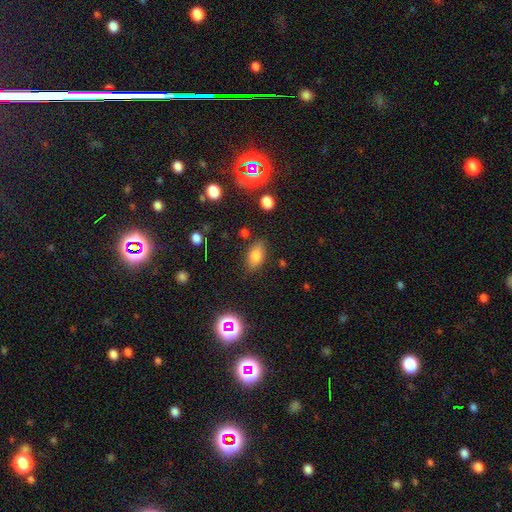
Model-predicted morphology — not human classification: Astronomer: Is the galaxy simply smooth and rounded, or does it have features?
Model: smooth — 75%.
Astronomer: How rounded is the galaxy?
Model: in between — 87%.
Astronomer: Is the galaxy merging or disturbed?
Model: none — 81%.